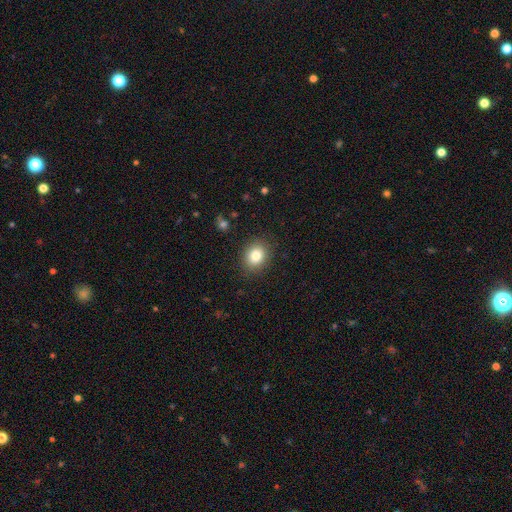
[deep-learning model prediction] The model was most divided on "how rounded": round: 53%, in between: 46%, cigar-shaped: 1%. More confident: merging — none (87%); smooth or featured — smooth (82%).